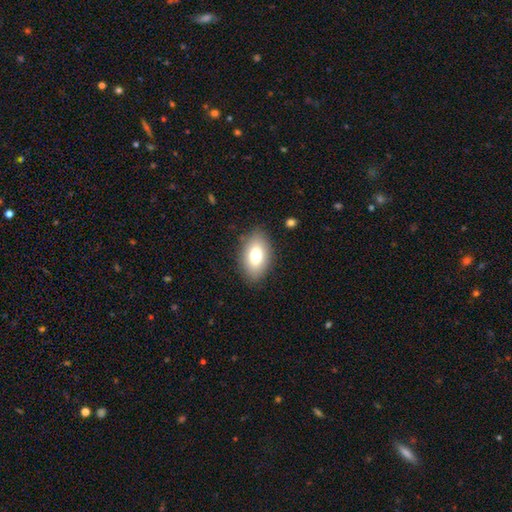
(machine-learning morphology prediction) Q: Smooth or featured?
A: smooth (76%); runner-up: featured or disk (16%)
Q: How rounded?
A: in between (91%); runner-up: round (7%)
Q: Merging?
A: none (85%); runner-up: minor disturbance (11%)